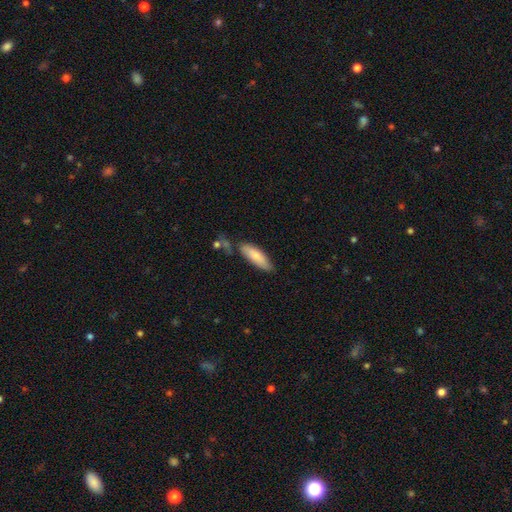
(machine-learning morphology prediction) smooth 74%, featured or disk 20%, star or artifact 6%. Down the decision tree: how rounded — in between (53%); merging — none (69%).